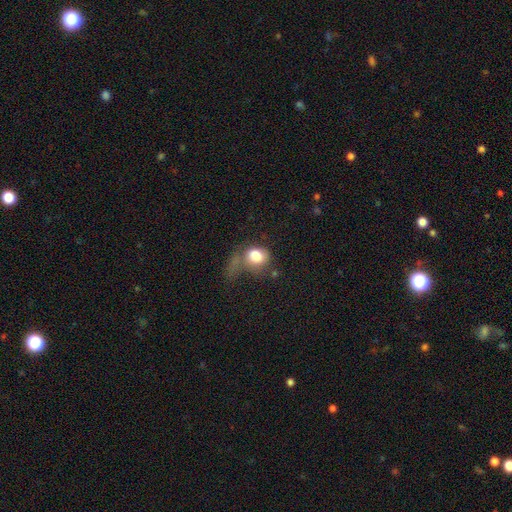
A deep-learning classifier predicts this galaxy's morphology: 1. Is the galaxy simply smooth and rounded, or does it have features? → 76% smooth, 14% featured or disk, 9% star or artifact.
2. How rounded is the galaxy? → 50% round, 49% in between, 1% cigar-shaped.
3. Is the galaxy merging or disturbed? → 49% major disturbance, 21% none, 20% minor disturbance, 11% merger.